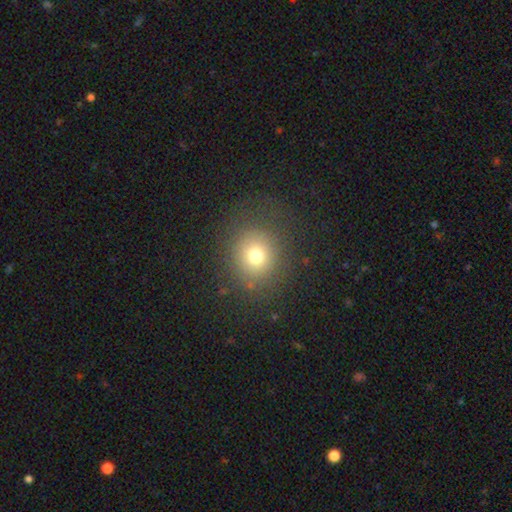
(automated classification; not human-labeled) A smooth galaxy with no disk features (72%) that is round (87%). Merging: none (81%).